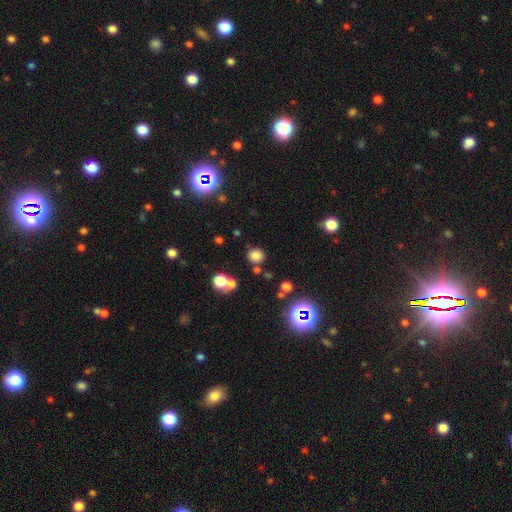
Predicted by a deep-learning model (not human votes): The model was most divided on "smooth or featured": smooth: 76%, star or artifact: 18%, featured or disk: 6%. More confident: how rounded — round (88%); merging — none (80%).